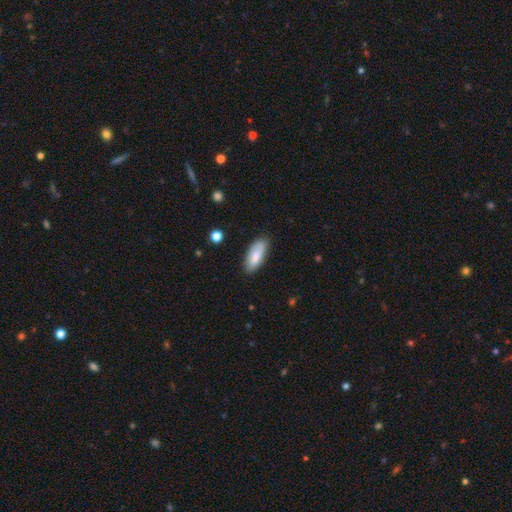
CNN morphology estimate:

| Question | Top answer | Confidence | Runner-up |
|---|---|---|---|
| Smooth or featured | smooth | 81% | featured or disk (13%) |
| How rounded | in between | 81% | cigar-shaped (17%) |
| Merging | none | 81% | minor disturbance (15%) |